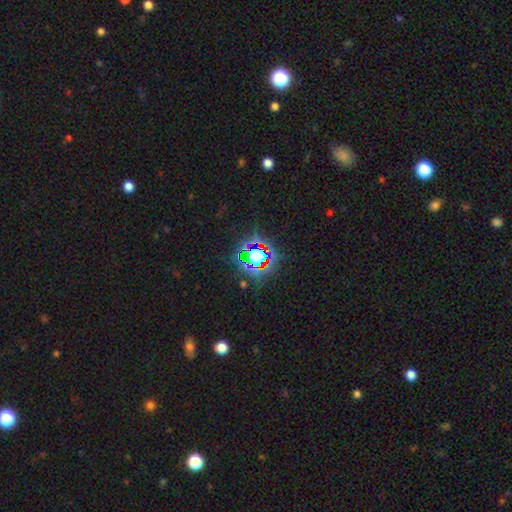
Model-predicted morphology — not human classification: Smooth or featured? star or artifact (71%)